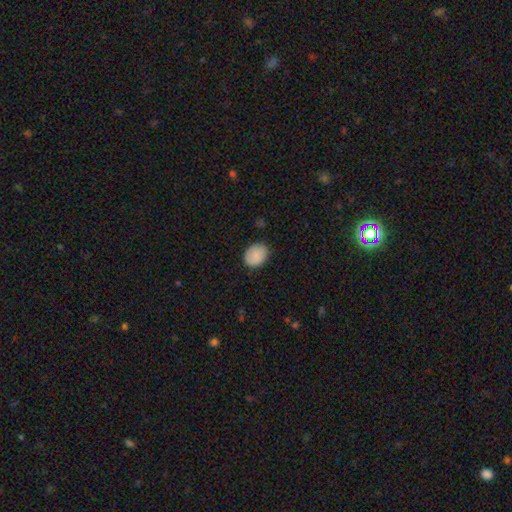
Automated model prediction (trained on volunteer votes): This is clearly a smooth galaxy (88%). How rounded: possibly in between (51%). Merging: clearly none (83%).